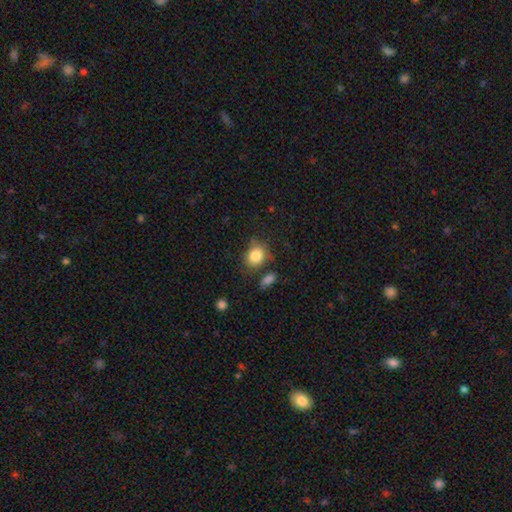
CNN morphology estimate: Q: Smooth or featured?
A: smooth (84%); runner-up: star or artifact (9%)
Q: How rounded?
A: round (61%); runner-up: in between (37%)
Q: Merging?
A: none (67%); runner-up: minor disturbance (20%)